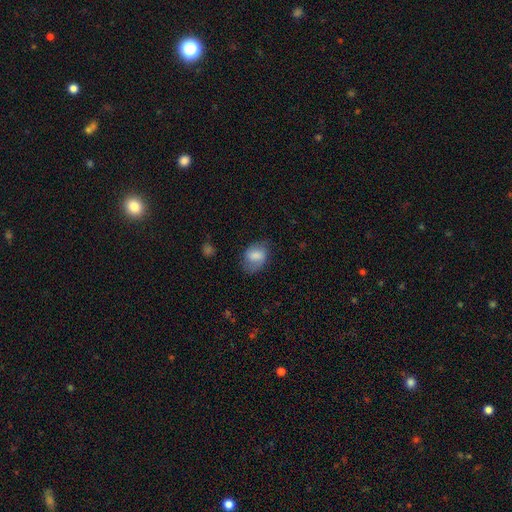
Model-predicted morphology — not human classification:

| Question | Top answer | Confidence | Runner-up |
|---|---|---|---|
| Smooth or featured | smooth | 71% | featured or disk (21%) |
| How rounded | in between | 75% | round (24%) |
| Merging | none | 62% | minor disturbance (26%) |